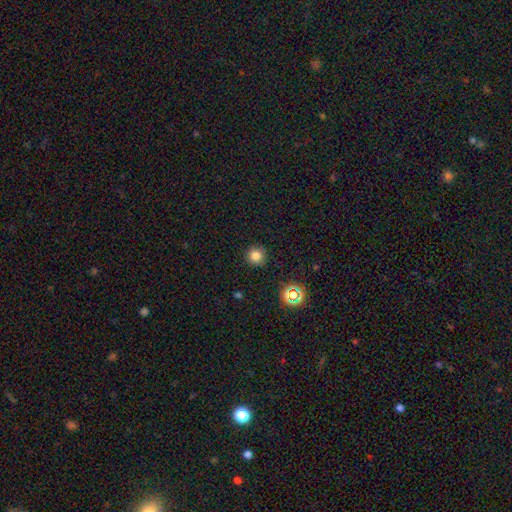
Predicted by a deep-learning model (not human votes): Overall: smooth (81%). How rounded: round (94%). Merging: none (90%).